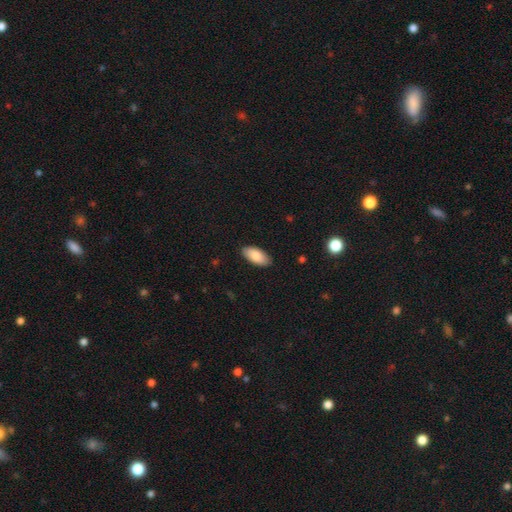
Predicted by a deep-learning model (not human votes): Morphology: type=smooth (86%); roundness=in between (92%); merging=none (88%).